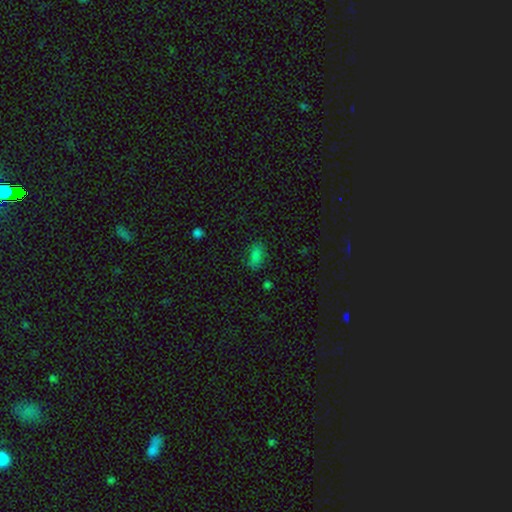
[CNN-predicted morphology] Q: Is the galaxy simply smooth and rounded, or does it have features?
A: smooth — 80%.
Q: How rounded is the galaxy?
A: in between — 88%.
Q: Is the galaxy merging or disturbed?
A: none — 68%.